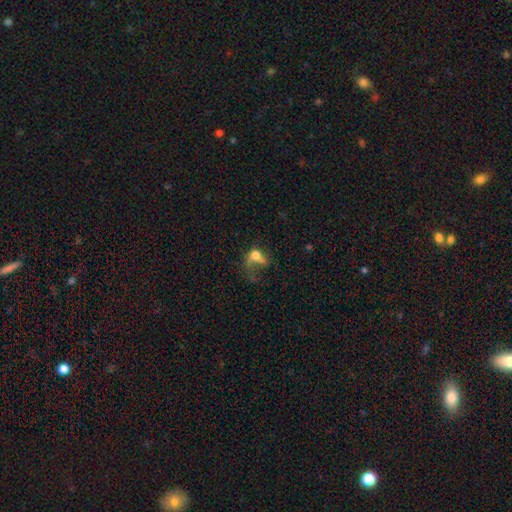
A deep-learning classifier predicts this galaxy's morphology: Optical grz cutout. It shows a smooth galaxy with no disk features (59%) that is in between round and cigar-shaped (60%). Merging: major disturbance (54%).